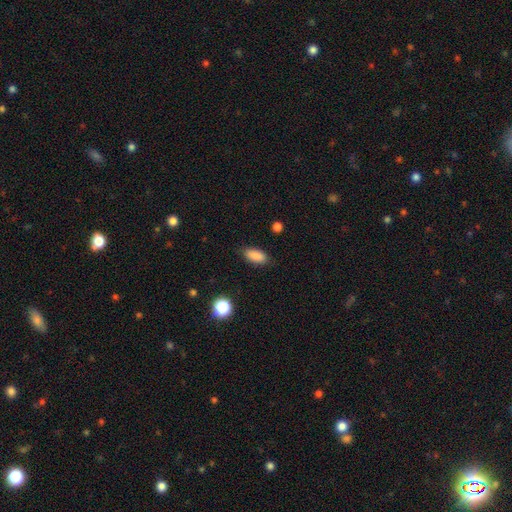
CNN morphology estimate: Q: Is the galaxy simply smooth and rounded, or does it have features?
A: smooth — 88%.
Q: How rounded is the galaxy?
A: in between — 86%.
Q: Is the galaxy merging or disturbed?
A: none — 85%.